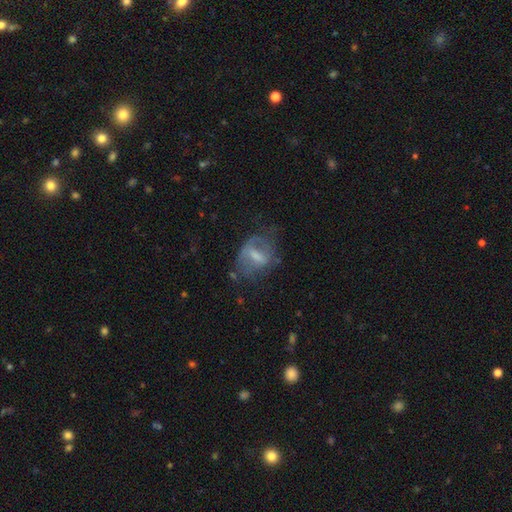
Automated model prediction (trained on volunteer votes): This is possibly a featured or disk galaxy (55%). It is clearly not viewed edge-on (93%). Bar: possibly weak (45%). Spiral arm pattern: possibly no (50%, tied with yes). Central bulge: marginally moderate (37%). Merging: possibly none (47%).